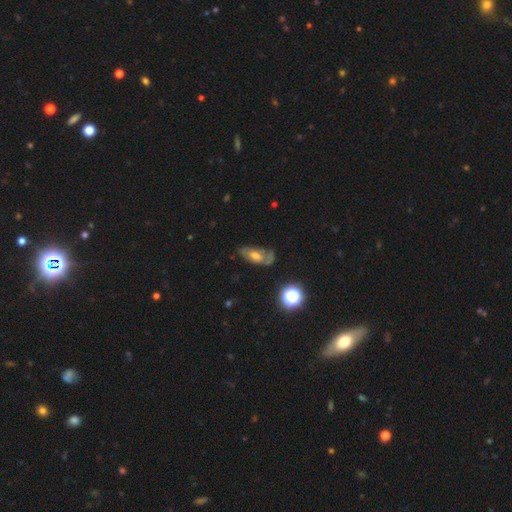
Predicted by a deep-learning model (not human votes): Smooth or featured?
  - featured or disk: 45% *
  - smooth: 41%
  - star or artifact: 14%
Merging?
  - none: 46% *
  - minor disturbance: 27%
  - major disturbance: 20%
  - merger: 7%